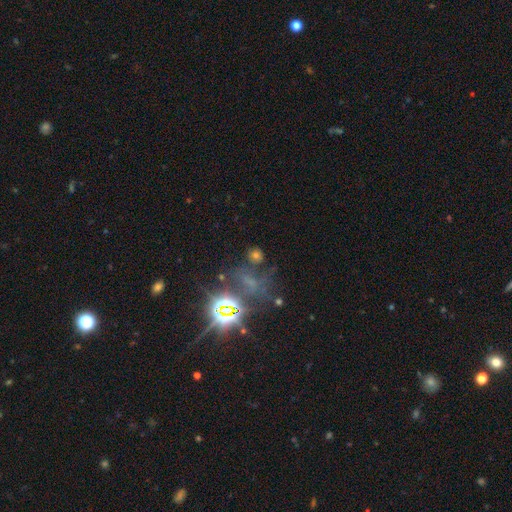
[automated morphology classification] smooth_or_featured: star or artifact (p=0.47) [alt: smooth p=0.41]